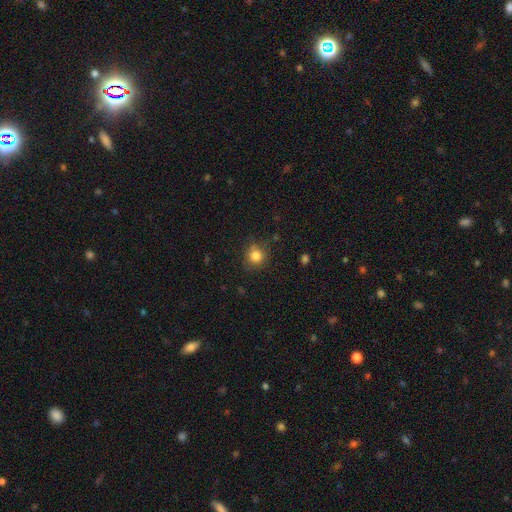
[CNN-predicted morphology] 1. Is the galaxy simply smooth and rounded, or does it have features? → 82% smooth, 12% star or artifact, 6% featured or disk.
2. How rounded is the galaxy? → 87% round, 12% in between, 1% cigar-shaped.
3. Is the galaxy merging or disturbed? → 79% none, 15% minor disturbance, 4% major disturbance, 3% merger.